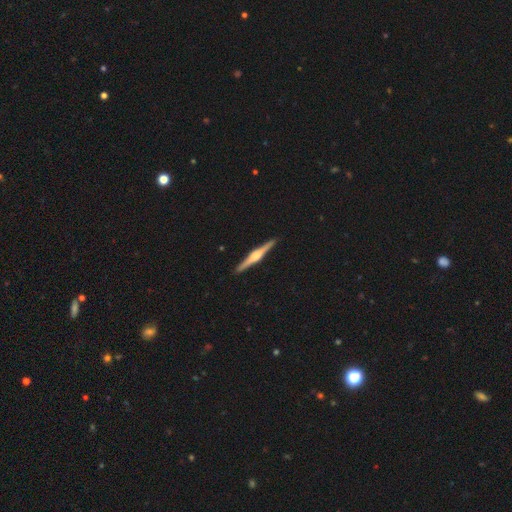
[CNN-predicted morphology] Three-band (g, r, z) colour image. It shows a featured or disk galaxy (81%) viewed edge-on (99%) with a rounded central bulge (85%). Merging: none (93%).